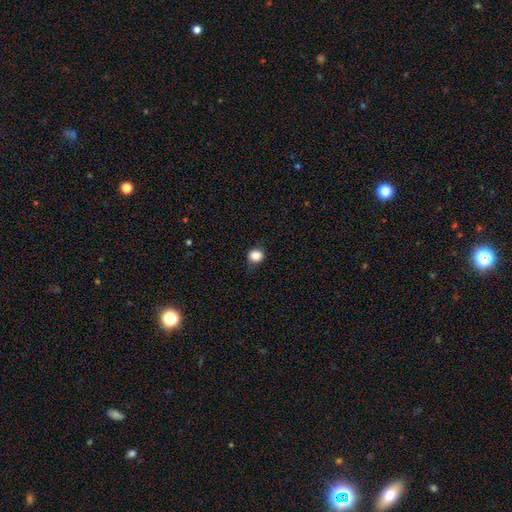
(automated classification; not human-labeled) This appears to be a smooth galaxy with no disk features (86%) that is round (73%). Merging: none (77%).